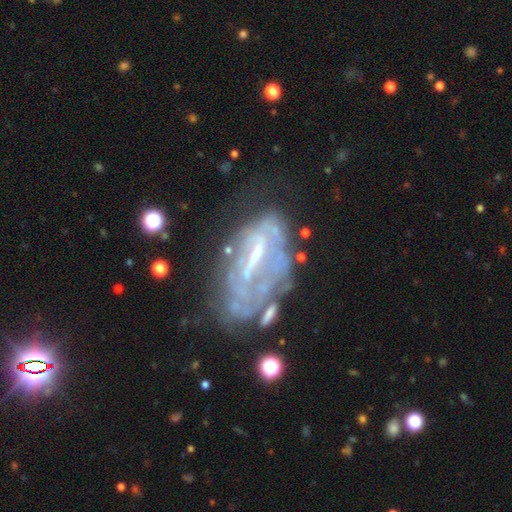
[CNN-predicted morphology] featured or disk 73%, smooth 16%, star or artifact 11%. Down the decision tree: edge-on disk — no (92%); bar — strong (40%); spiral arms — no (55%); bulge size — small (37%); merging — none (41%).